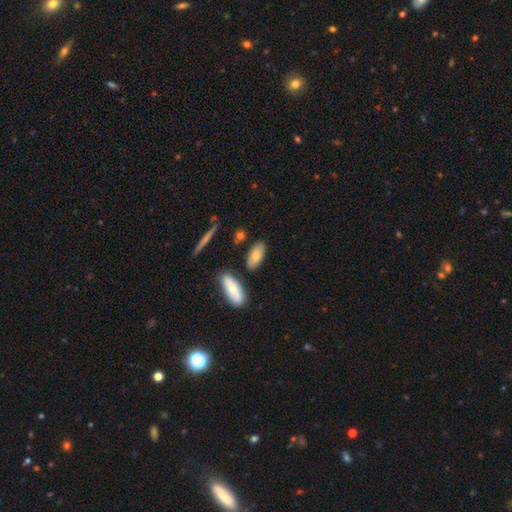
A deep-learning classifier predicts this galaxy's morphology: Overall: smooth (75%). How rounded: in between (87%). Merging: none (77%).